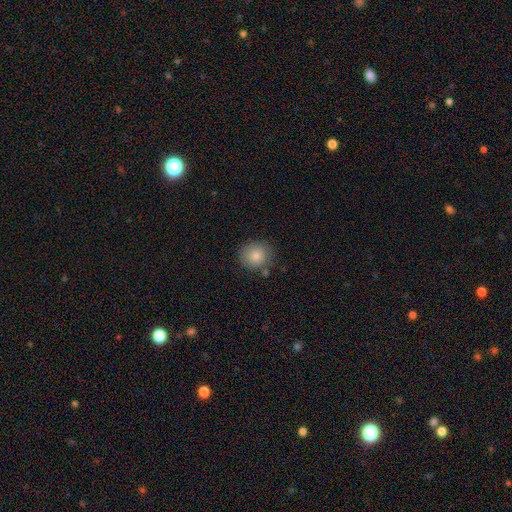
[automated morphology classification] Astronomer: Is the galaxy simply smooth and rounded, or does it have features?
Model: smooth — 83%.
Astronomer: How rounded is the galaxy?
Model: round — 86%.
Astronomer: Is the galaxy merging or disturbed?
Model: none — 77%.